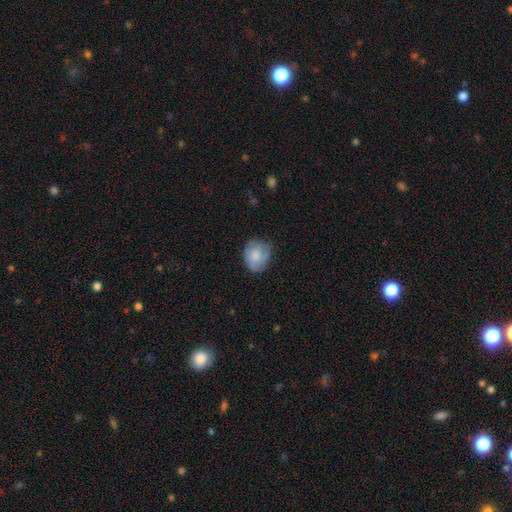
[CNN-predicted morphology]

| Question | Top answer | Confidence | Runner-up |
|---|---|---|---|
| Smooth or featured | smooth | 65% | featured or disk (28%) |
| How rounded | round | 63% | in between (36%) |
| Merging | none | 66% | minor disturbance (26%) |